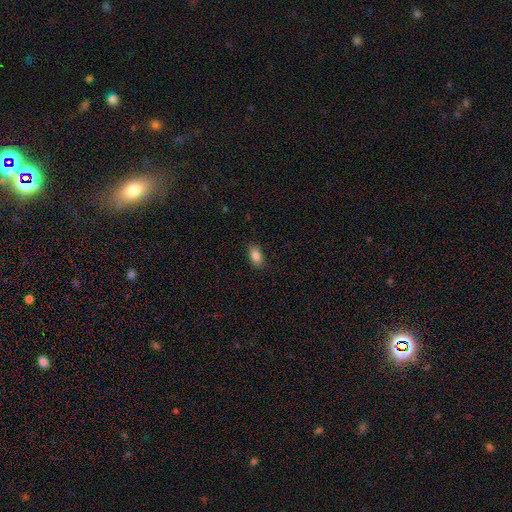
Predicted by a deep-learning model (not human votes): The model was most divided on "smooth or featured": smooth: 84%, star or artifact: 8%, featured or disk: 8%. More confident: how rounded — in between (89%); merging — none (86%).